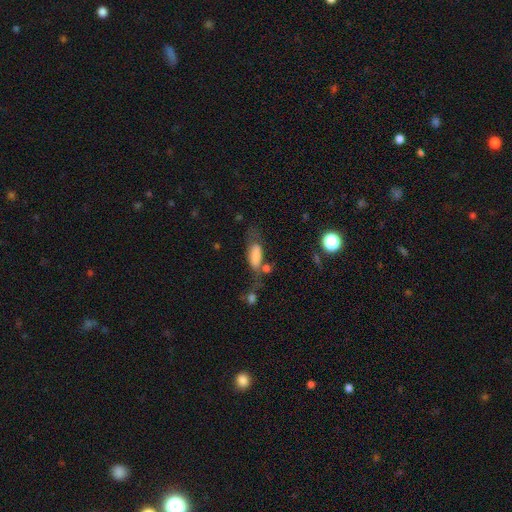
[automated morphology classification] Q: Smooth or featured?
A: smooth (75%); runner-up: featured or disk (16%)
Q: How rounded?
A: in between (77%); runner-up: cigar-shaped (20%)
Q: Merging?
A: none (36%); runner-up: minor disturbance (24%)